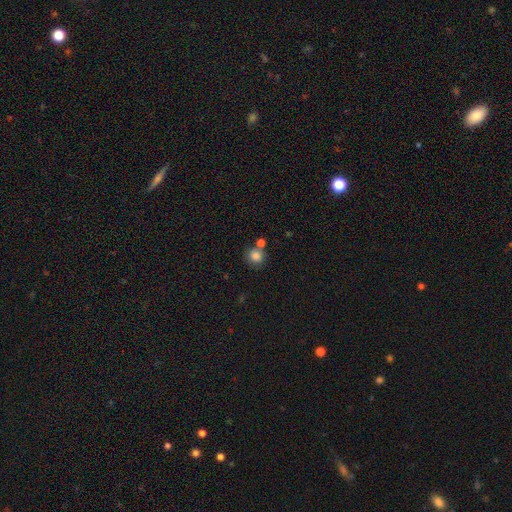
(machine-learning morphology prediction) This is clearly a smooth galaxy (83%). How rounded: clearly round (88%). Merging: likely none (65%).